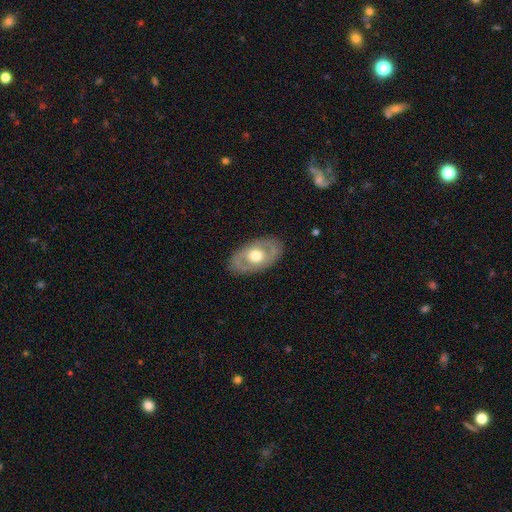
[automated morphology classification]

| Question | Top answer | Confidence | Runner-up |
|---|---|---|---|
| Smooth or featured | featured or disk | 62% | smooth (33%) |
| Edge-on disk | no | 90% | yes (10%) |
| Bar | no | 81% | weak (15%) |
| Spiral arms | no | 66% | yes (34%) |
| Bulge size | moderate | 68% | large (23%) |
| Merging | none | 83% | minor disturbance (12%) |